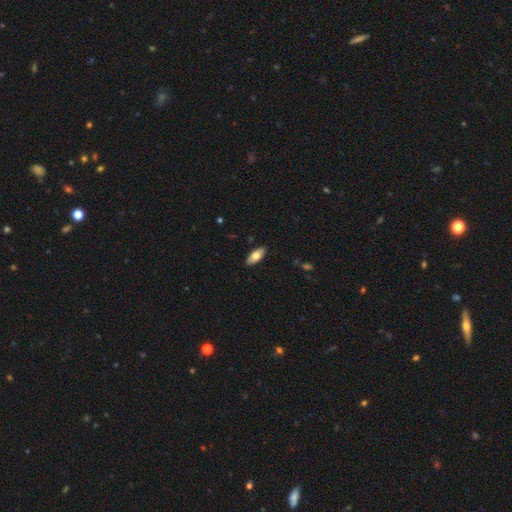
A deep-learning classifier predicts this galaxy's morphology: Q: Smooth or featured?
A: smooth (74%); runner-up: featured or disk (20%)
Q: How rounded?
A: in between (89%); runner-up: cigar-shaped (9%)
Q: Merging?
A: none (88%); runner-up: minor disturbance (9%)